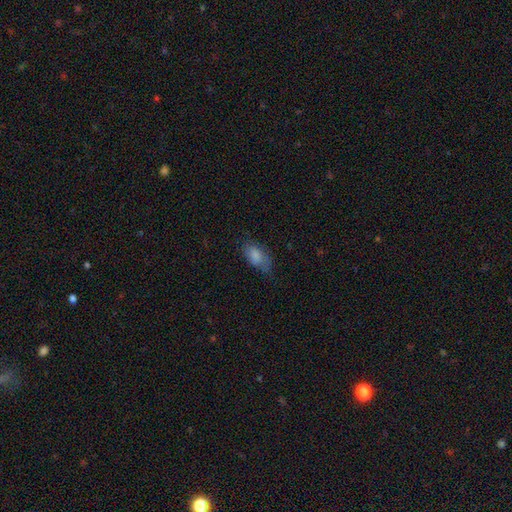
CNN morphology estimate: Smooth or featured: smooth — 81% (featured or disk — 11%)
How rounded: in between — 91% (cigar-shaped — 6%)
Merging: none — 61% (minor disturbance — 28%)